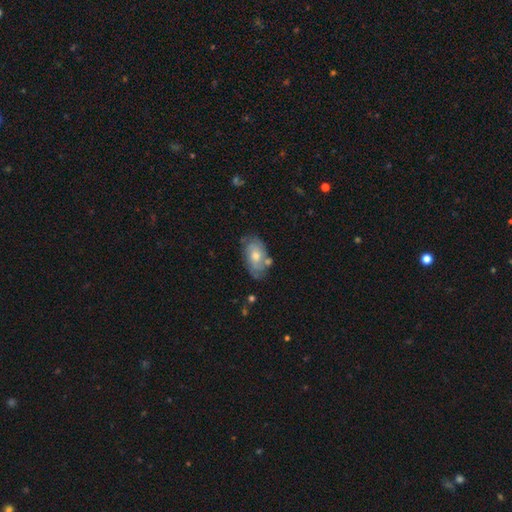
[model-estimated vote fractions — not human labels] Morphology: type=featured or disk (47%); merging=none (62%).